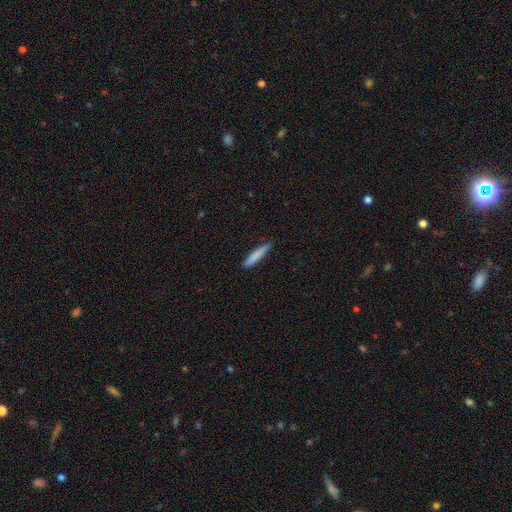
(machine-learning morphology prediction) A smooth galaxy with no disk features (81%) that is cigar-shaped (92%).

Vote fractions:
- Smooth or featured? smooth: 81% / featured or disk: 14% / star or artifact: 6%
- How rounded? cigar-shaped: 92% / in between: 7% / round: 1%
- Merging? none: 86% / minor disturbance: 11% / major disturbance: 2% / merger: 1%